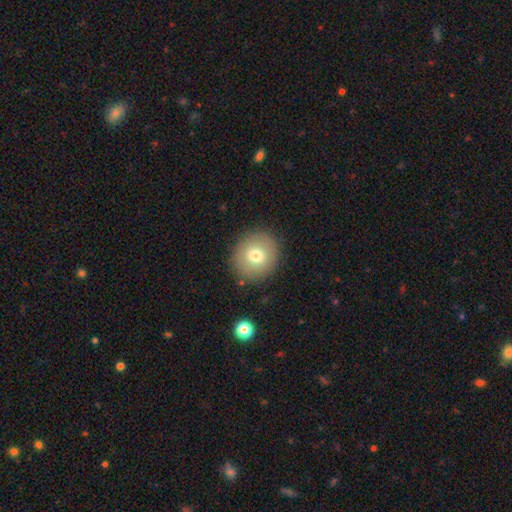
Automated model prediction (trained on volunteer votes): smooth 74%, featured or disk 16%, star or artifact 10%. Down the decision tree: how rounded — round (89%); merging — none (88%).